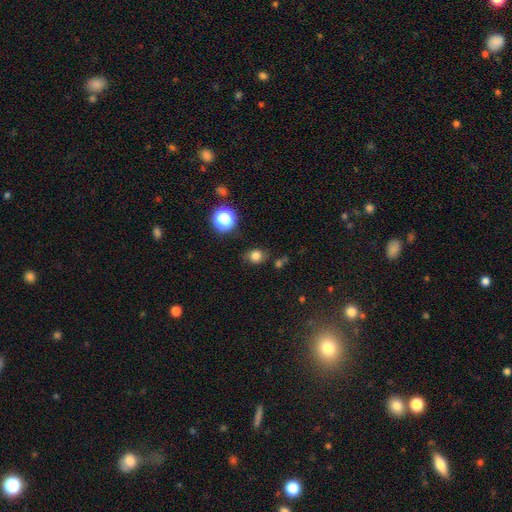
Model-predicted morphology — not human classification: Smooth or featured?
  - smooth: 77% *
  - star or artifact: 16%
  - featured or disk: 7%
How rounded?
  - round: 68% *
  - in between: 31%
  - cigar-shaped: 1%
Merging?
  - none: 75% *
  - minor disturbance: 16%
  - major disturbance: 5%
  - merger: 4%